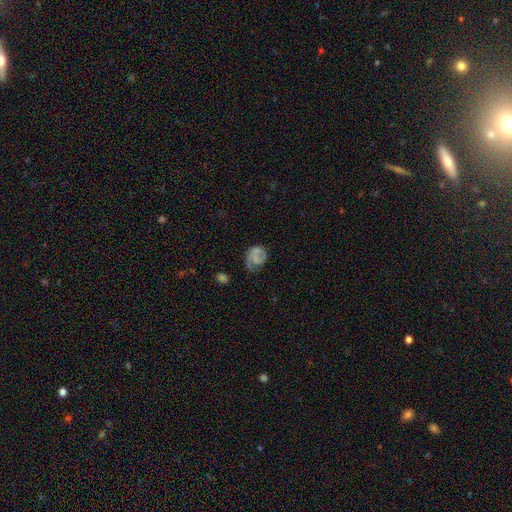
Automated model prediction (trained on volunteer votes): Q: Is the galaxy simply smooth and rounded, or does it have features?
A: featured or disk — 56%.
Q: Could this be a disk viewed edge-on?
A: no — 98%.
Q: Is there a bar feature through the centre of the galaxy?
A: no — 59%.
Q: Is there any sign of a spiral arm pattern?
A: yes — 81%.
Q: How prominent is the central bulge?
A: none — 57%.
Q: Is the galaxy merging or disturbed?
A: none — 50%.